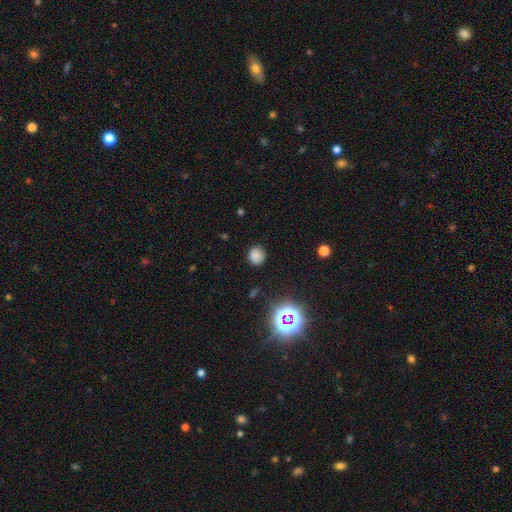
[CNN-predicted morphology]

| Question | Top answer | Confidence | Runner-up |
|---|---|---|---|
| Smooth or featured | smooth | 78% | star or artifact (18%) |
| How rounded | round | 86% | in between (13%) |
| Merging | none | 86% | minor disturbance (10%) |